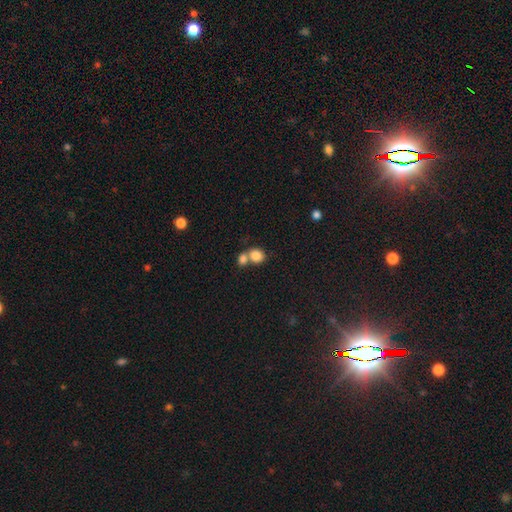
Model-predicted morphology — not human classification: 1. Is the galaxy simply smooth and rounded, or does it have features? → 83% smooth, 9% star or artifact, 8% featured or disk.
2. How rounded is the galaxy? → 70% round, 29% in between, 1% cigar-shaped.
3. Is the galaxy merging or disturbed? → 54% merger, 36% none, 7% minor disturbance, 3% major disturbance.